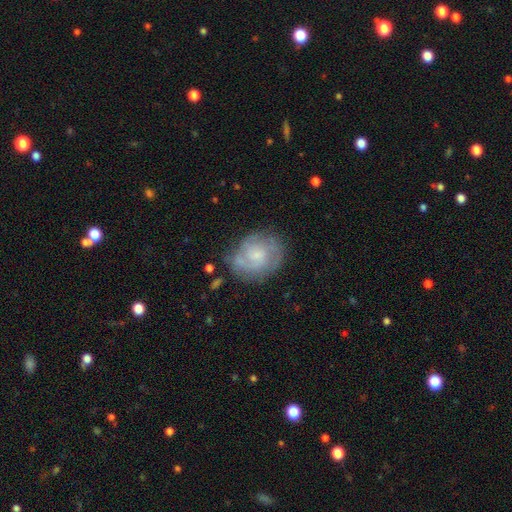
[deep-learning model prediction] smooth-or-featured: featured or disk: 71% | smooth: 22% | star or artifact: 7%
  disk-edge-on: no: 98% | yes: 2%
    bar: no: 67% | weak: 29% | strong: 4%
    has-spiral-arms: yes: 89% | no: 11%
      spiral-winding: tight: 53% | medium: 36% | loose: 11%
      spiral-arm-count: 2: 49% | can't tell: 26% | 3: 14% | 1: 5% | 4: 3% | more than 4: 3%
    bulge-size: small: 49% | moderate: 30% | none: 15% | large: 4% | dominant: 1%
  merging: none: 69% | minor disturbance: 20% | major disturbance: 9% | merger: 2%